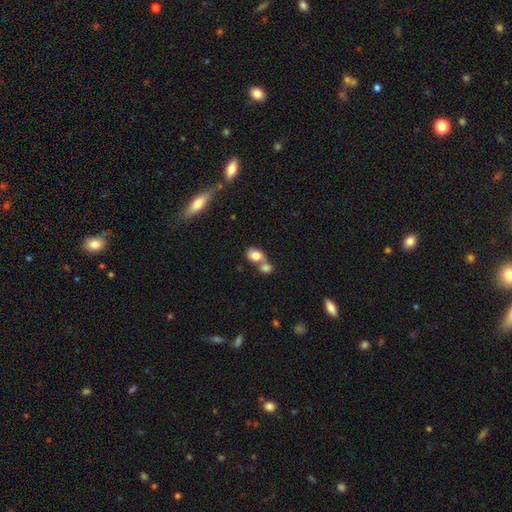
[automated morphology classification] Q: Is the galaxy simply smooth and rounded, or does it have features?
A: smooth — 79%.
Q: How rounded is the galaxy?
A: in between — 62%.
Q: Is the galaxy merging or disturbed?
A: merger — 60%.